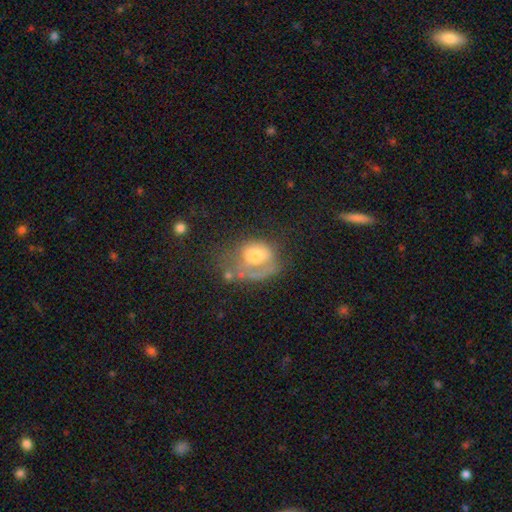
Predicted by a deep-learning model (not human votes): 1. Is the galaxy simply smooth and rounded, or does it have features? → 46% featured or disk, 45% smooth, 9% star or artifact.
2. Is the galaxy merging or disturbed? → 44% major disturbance, 25% none, 21% minor disturbance, 10% merger.